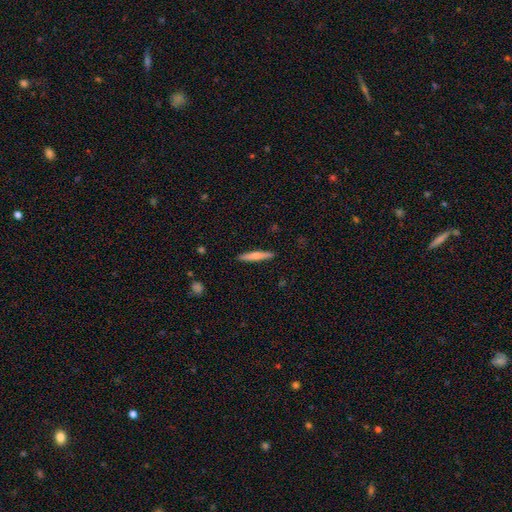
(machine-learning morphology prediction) Smooth or featured? Predicted: smooth (p=0.65). How rounded? Predicted: cigar-shaped (p=0.93). Merging? Predicted: none (p=0.91).